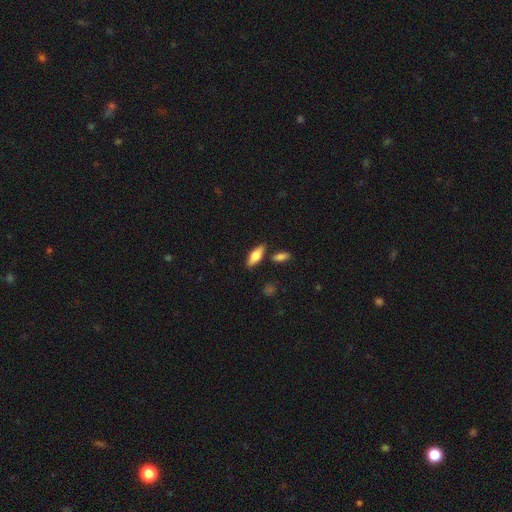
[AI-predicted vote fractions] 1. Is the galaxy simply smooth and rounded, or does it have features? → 63% smooth, 30% featured or disk, 6% star or artifact.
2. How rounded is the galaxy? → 67% in between, 30% cigar-shaped, 3% round.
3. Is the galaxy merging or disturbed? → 81% none, 11% minor disturbance, 5% merger, 2% major disturbance.